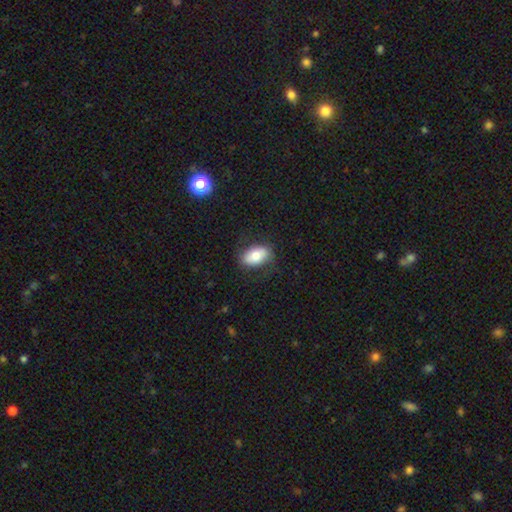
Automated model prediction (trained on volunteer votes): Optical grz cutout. It shows a smooth galaxy with no disk features (75%) that is in between round and cigar-shaped (90%). Merging: none (80%).